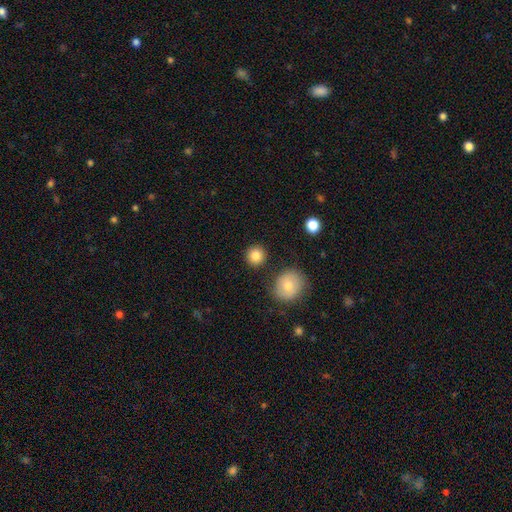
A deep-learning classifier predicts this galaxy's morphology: This is clearly a smooth galaxy (85%). How rounded: clearly round (93%). Merging: clearly none (88%).